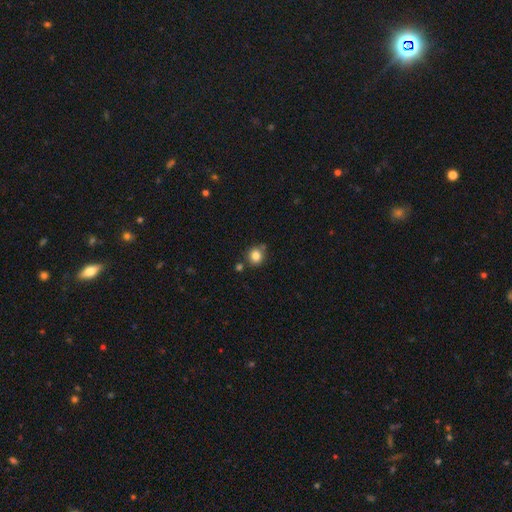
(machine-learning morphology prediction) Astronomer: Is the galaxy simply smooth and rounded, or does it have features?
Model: smooth — 83%.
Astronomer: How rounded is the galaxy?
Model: round — 85%.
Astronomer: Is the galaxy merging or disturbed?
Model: none — 74%.